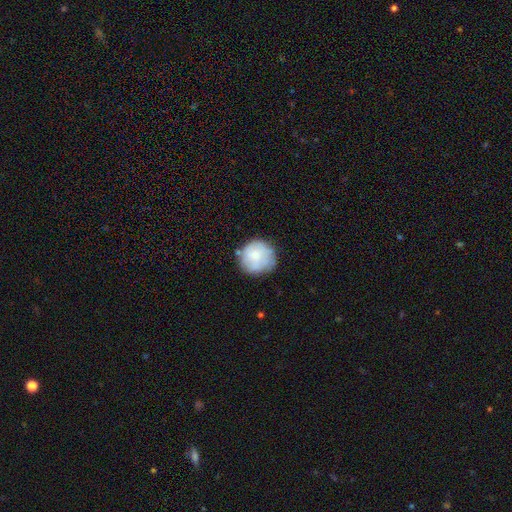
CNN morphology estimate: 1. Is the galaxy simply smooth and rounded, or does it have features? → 66% smooth, 27% featured or disk, 8% star or artifact.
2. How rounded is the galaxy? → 91% round, 9% in between, 1% cigar-shaped.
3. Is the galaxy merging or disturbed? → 70% none, 20% minor disturbance, 6% major disturbance, 4% merger.